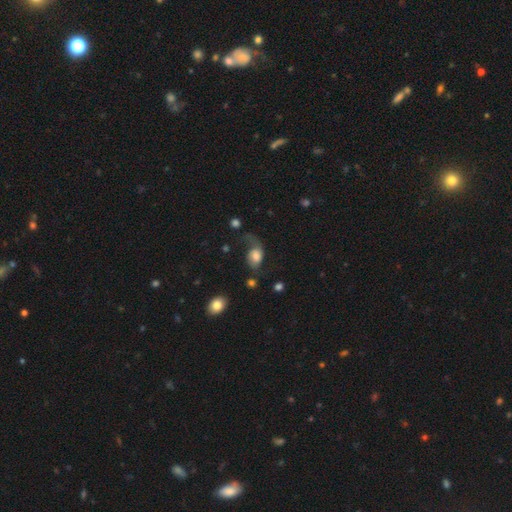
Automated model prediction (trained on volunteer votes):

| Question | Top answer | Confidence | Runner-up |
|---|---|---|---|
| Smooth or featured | smooth | 56% | featured or disk (35%) |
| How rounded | in between | 74% | round (24%) |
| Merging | major disturbance | 42% | none (31%) |